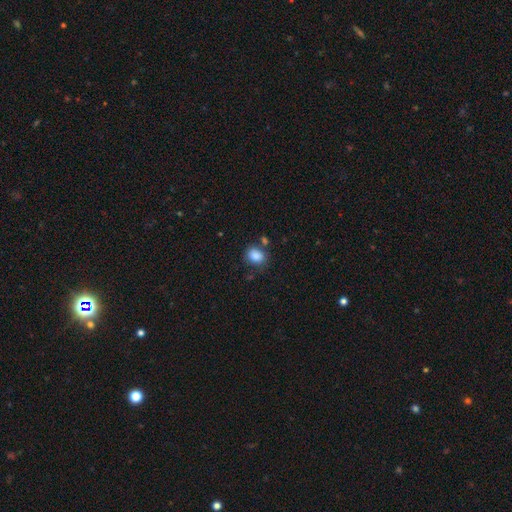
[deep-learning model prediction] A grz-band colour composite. It shows a smooth galaxy with no disk features (86%) that is in between round and cigar-shaped (52%). Merging: none (67%).